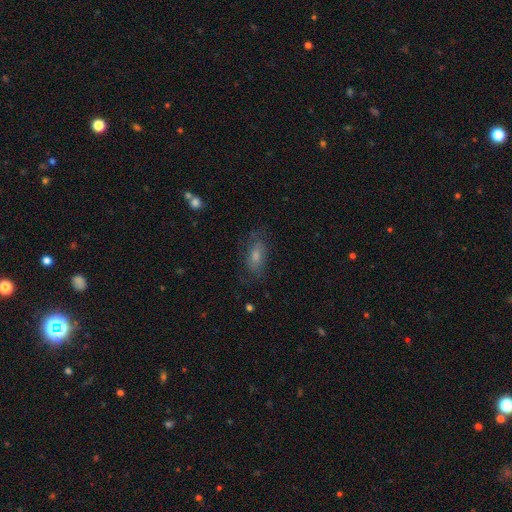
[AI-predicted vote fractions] Smooth or featured? smooth (44%)
Merging? none (72%)